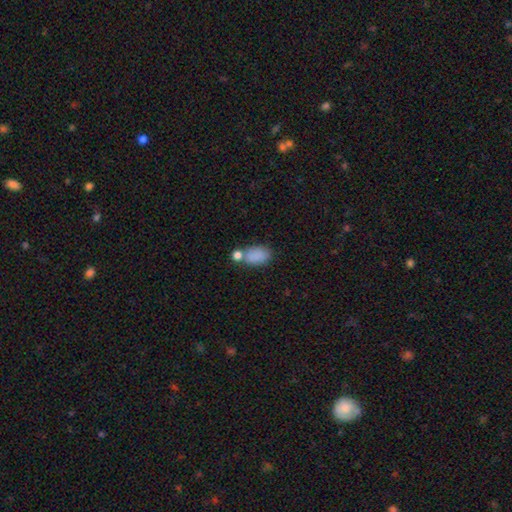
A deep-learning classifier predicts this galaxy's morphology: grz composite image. It shows a smooth galaxy with no disk features (84%) that is in between round and cigar-shaped (87%). Merging: none (51%).